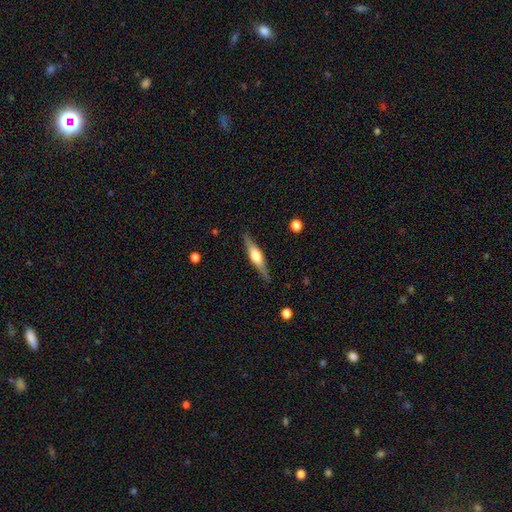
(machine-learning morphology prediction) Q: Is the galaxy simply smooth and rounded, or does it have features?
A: featured or disk — 72%.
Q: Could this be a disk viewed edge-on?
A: yes — 97%.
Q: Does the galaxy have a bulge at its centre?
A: rounded — 88%.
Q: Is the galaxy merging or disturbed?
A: none — 88%.